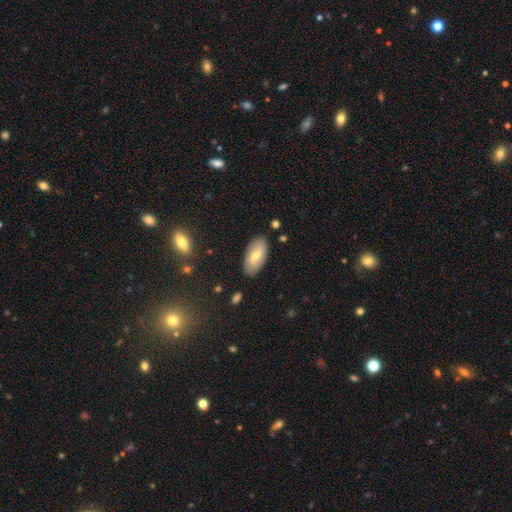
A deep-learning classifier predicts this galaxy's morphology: smooth 61%, featured or disk 33%, star or artifact 7%. Down the decision tree: how rounded — in between (93%); merging — none (84%).